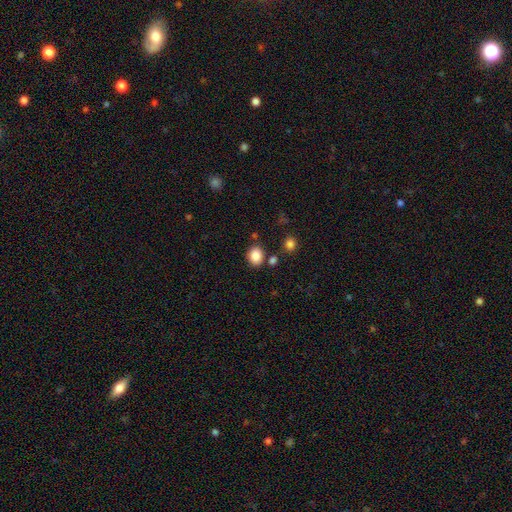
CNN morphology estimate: Smooth or featured? smooth (86%)
How rounded? in between (50%)
Merging? none (79%)